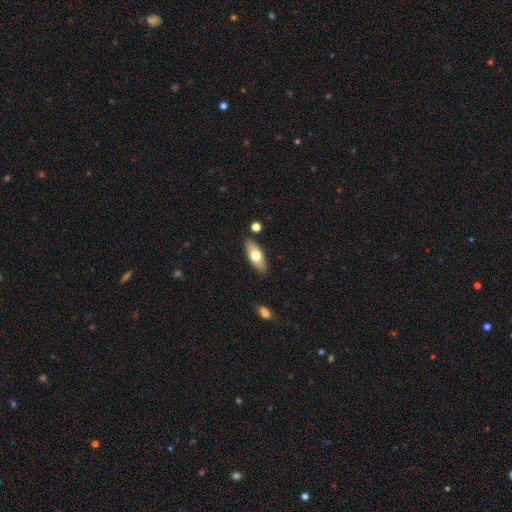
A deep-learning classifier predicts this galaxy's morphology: Overall: smooth (66%; featured or disk 28%). How rounded: in between (75%). Merging: none (86%).